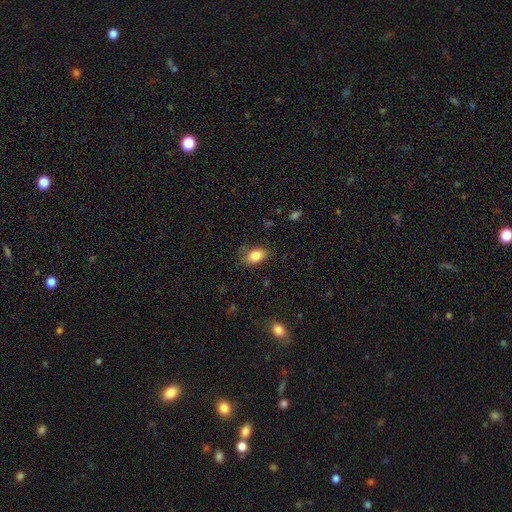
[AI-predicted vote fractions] Smooth or featured? Predicted: smooth (p=0.83). How rounded? Predicted: in between (p=0.88). Merging? Predicted: none (p=0.75).